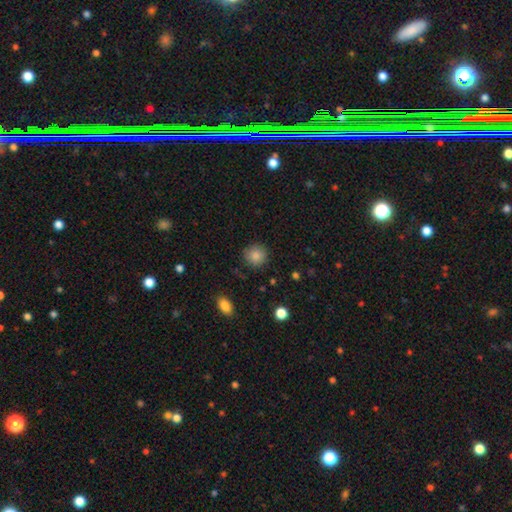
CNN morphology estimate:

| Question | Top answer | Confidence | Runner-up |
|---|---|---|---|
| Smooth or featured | smooth | 85% | star or artifact (10%) |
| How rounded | round | 91% | in between (8%) |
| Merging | none | 87% | minor disturbance (9%) |